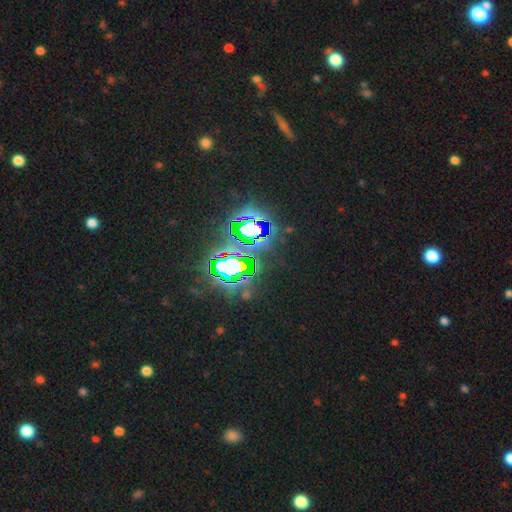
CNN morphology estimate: This is clearly a star or artifact rather than a galaxy (83%).